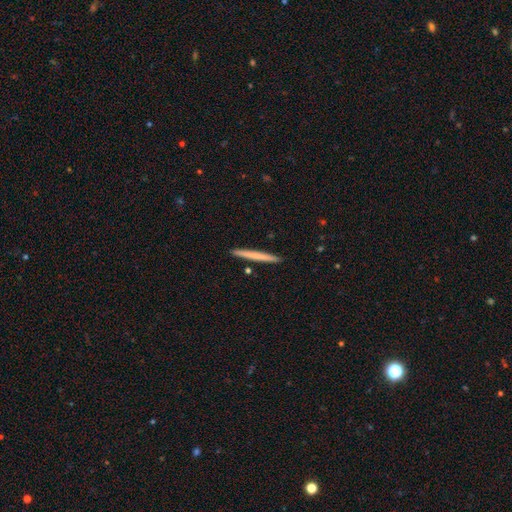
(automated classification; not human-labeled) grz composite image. It shows a smooth galaxy with no disk features (65%) that is cigar-shaped (97%). Merging: none (93%).